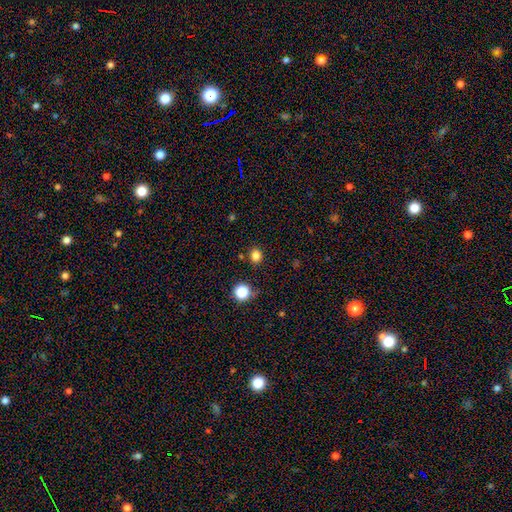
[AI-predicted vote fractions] smooth 81%, star or artifact 14%, featured or disk 4%. Down the decision tree: how rounded — round (74%); merging — none (86%).